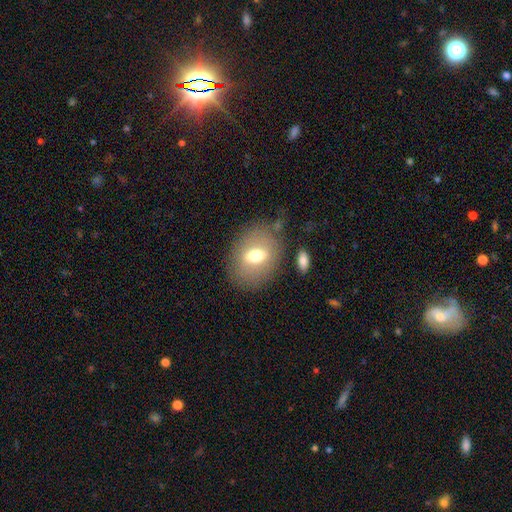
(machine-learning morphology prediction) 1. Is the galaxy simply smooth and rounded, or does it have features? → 56% smooth, 34% featured or disk, 10% star or artifact.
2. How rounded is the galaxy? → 63% in between, 35% round, 2% cigar-shaped.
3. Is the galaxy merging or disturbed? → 72% none, 15% minor disturbance, 8% major disturbance, 5% merger.